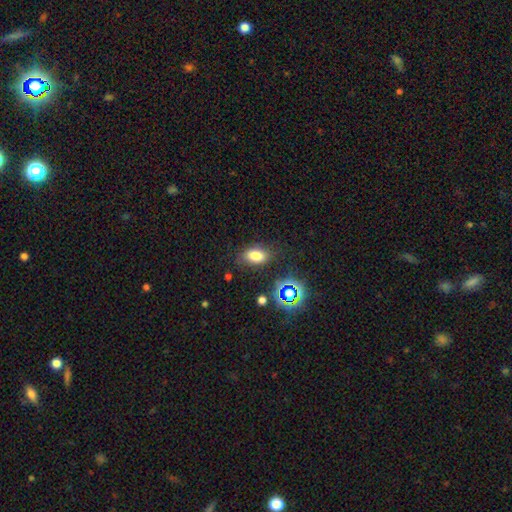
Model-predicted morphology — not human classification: Smooth or featured? smooth (76%)
How rounded? in between (84%)
Merging? none (77%)